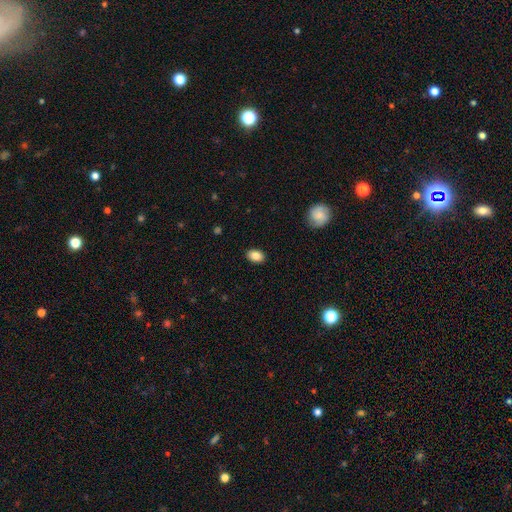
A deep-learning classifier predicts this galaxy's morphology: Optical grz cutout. It shows a smooth galaxy with no disk features (86%) that is in between round and cigar-shaped (81%). Merging: none (89%).